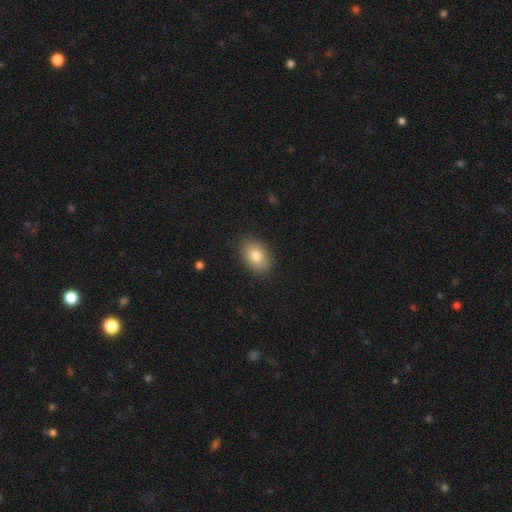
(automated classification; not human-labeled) Q: Smooth or featured?
A: smooth (81%); runner-up: featured or disk (11%)
Q: How rounded?
A: in between (81%); runner-up: round (18%)
Q: Merging?
A: none (88%); runner-up: minor disturbance (9%)